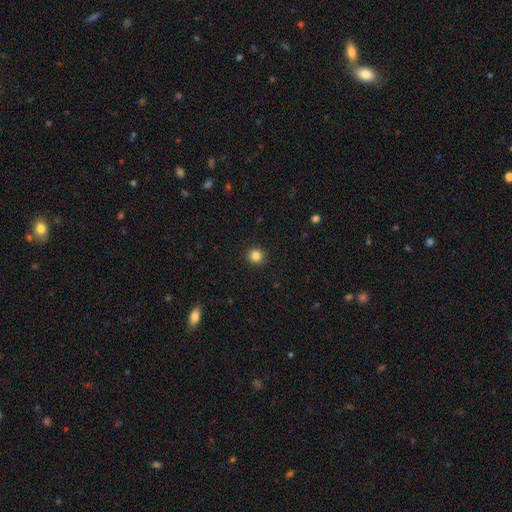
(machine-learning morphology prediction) A smooth galaxy with no disk features (84%) that is round (94%).

Vote fractions:
- Smooth or featured? smooth: 84% / star or artifact: 12% / featured or disk: 4%
- How rounded? round: 94% / in between: 5% / cigar-shaped: 1%
- Merging? none: 93% / minor disturbance: 4% / major disturbance: 2% / merger: 1%